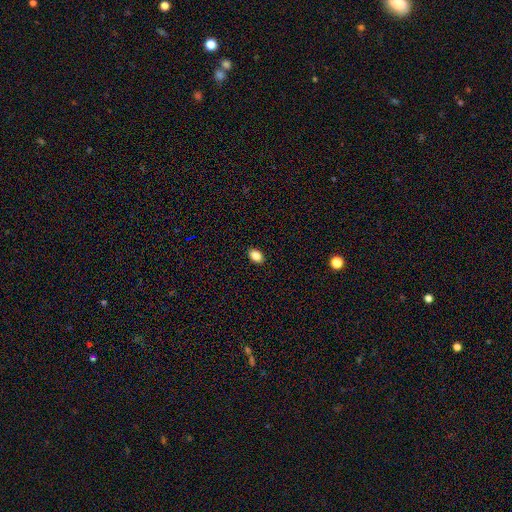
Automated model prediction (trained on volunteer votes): This is clearly a smooth galaxy (86%). How rounded: clearly in between (86%). Merging: clearly none (90%).